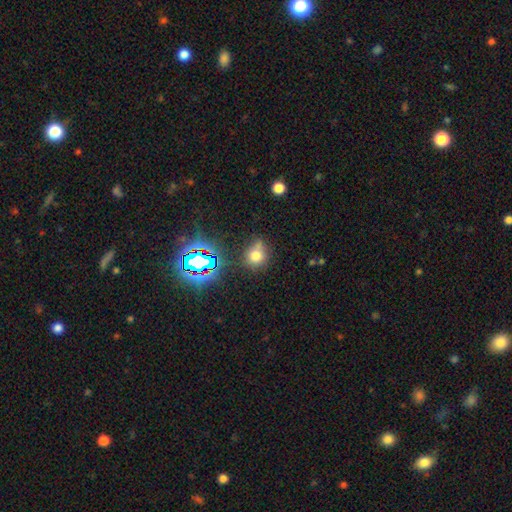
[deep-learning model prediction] Smooth or featured? smooth (66%)
How rounded? round (73%)
Merging? none (59%)